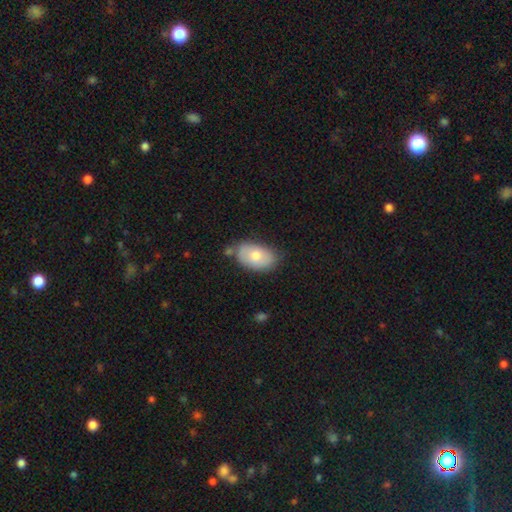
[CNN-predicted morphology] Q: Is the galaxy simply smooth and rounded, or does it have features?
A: smooth — 71%.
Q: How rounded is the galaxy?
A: in between — 91%.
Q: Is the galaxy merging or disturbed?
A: none — 68%.